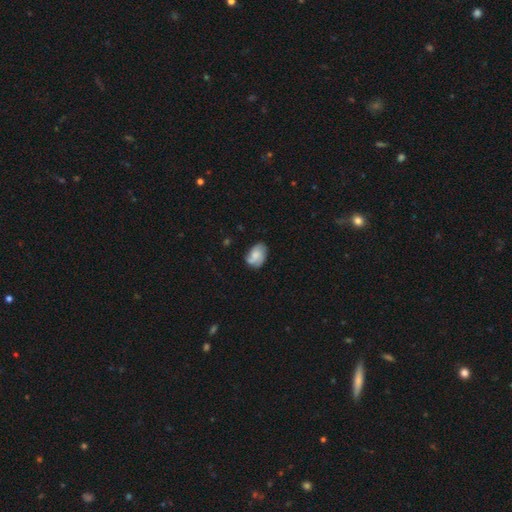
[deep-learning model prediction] smooth_or_featured: smooth (p=0.53) [alt: featured or disk p=0.39]
how_rounded: in between (p=0.79) [alt: round p=0.19]
merging: none (p=0.59) [alt: minor disturbance p=0.28]